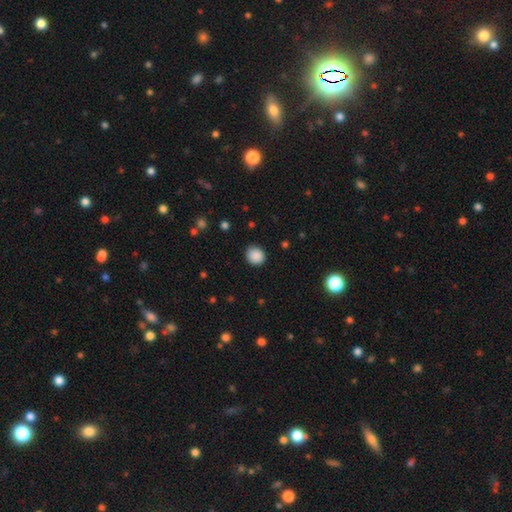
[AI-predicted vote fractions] Q: Smooth or featured?
A: smooth (88%); runner-up: star or artifact (9%)
Q: How rounded?
A: round (82%); runner-up: in between (17%)
Q: Merging?
A: none (85%); runner-up: minor disturbance (11%)